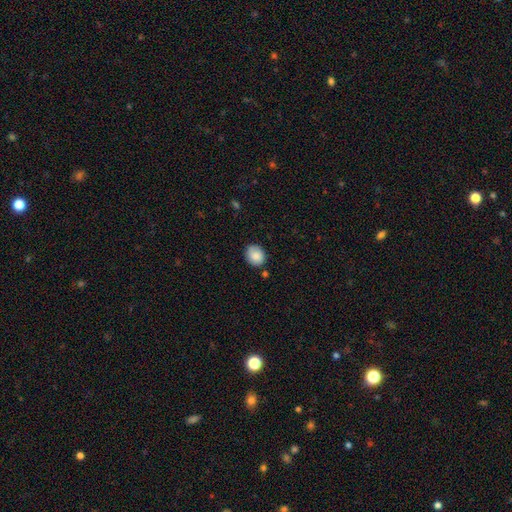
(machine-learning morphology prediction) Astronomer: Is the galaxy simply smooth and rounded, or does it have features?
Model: smooth — 83%.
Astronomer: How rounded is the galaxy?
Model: round — 65%.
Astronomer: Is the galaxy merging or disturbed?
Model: none — 76%.